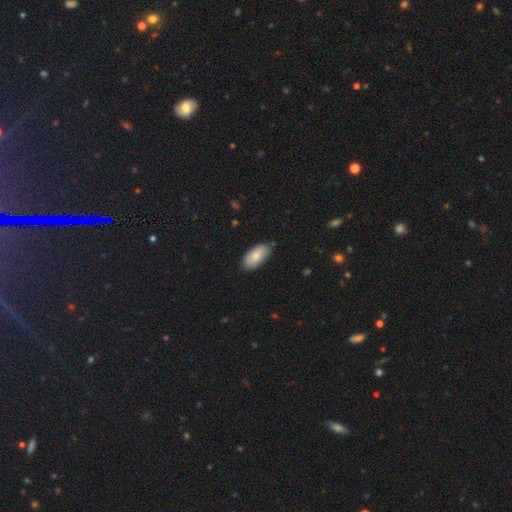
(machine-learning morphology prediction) A smooth galaxy with no disk features (81%) that is in between round and cigar-shaped (93%). Merging: none (83%).